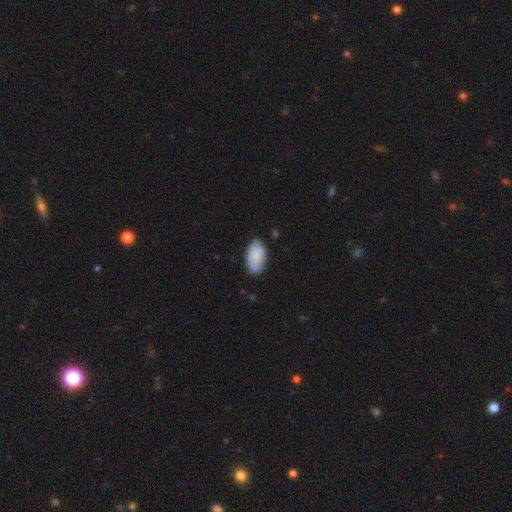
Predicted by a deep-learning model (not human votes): Smooth or featured: smooth — 82% (featured or disk — 12%)
How rounded: in between — 95% (cigar-shaped — 3%)
Merging: none — 70% (minor disturbance — 24%)